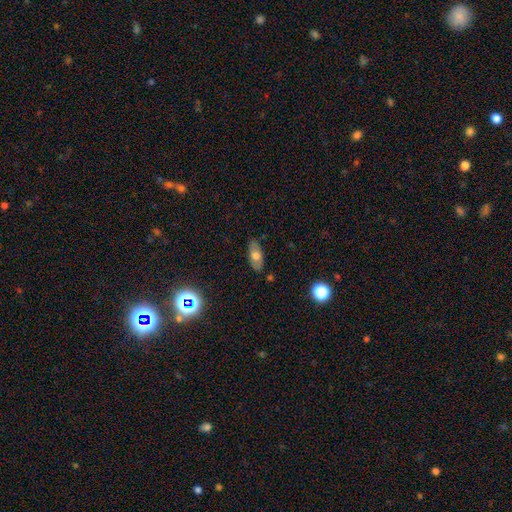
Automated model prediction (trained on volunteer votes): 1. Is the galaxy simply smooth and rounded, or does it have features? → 62% smooth, 29% featured or disk, 9% star or artifact.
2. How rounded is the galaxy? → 85% in between, 11% cigar-shaped, 4% round.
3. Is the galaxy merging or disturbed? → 82% none, 13% minor disturbance, 3% major disturbance, 2% merger.